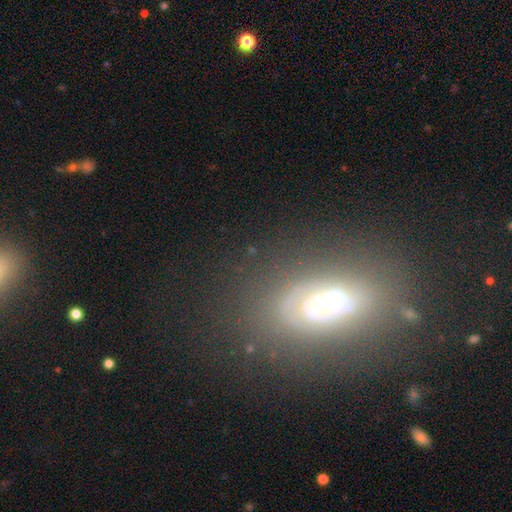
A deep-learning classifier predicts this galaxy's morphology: Smooth or featured?
  - featured or disk: 44% *
  - smooth: 40%
  - star or artifact: 16%
Merging?
  - none: 68% *
  - minor disturbance: 18%
  - major disturbance: 10%
  - merger: 4%